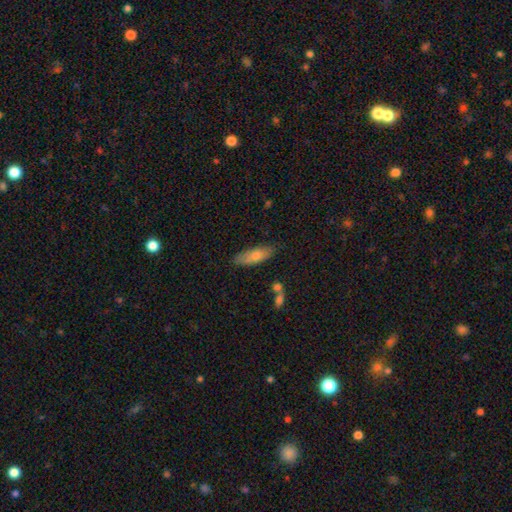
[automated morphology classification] This appears to be a smooth galaxy with no disk features (70%) that is in between round and cigar-shaped (49%, tied with cigar-shaped). Merging: none (76%).